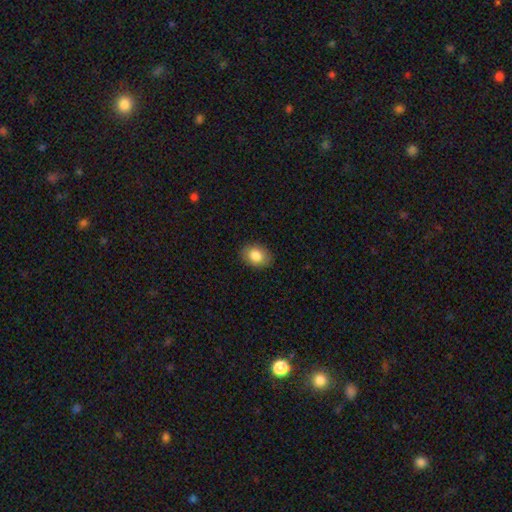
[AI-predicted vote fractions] Overall: smooth (84%). How rounded: in between (73%). Merging: none (88%).